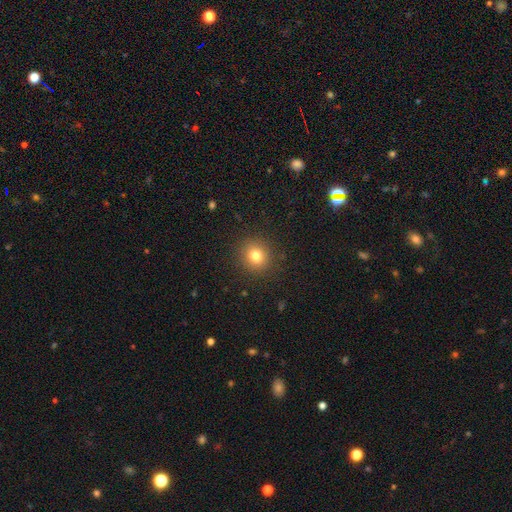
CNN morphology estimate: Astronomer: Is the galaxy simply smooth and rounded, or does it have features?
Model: smooth — 79%.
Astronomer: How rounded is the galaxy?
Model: round — 87%.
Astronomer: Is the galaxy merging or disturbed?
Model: none — 90%.